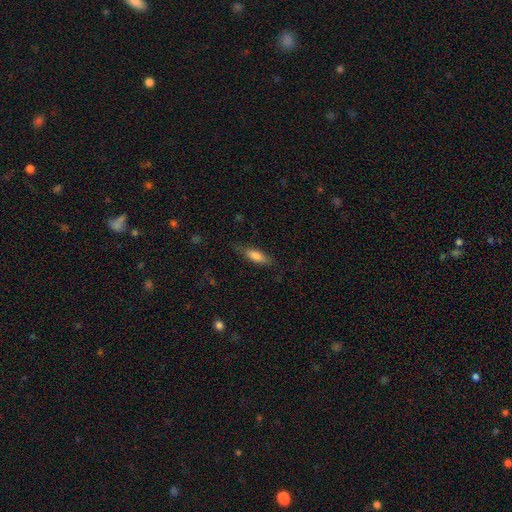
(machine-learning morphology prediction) Smooth or featured? smooth (77%)
How rounded? in between (57%)
Merging? none (77%)